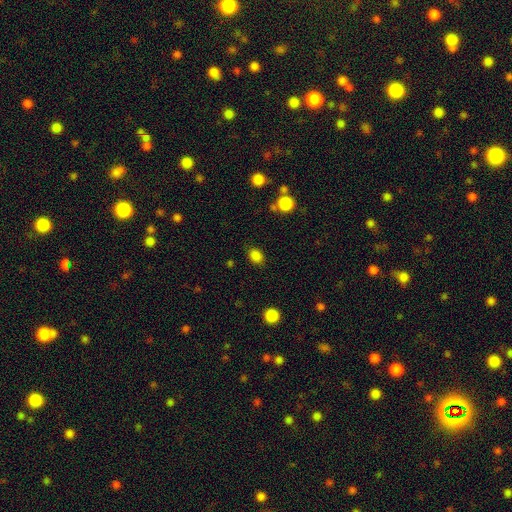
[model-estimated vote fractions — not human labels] This appears to be a smooth galaxy with no disk features (84%) that is in between round and cigar-shaped (60%). Merging: none (83%).